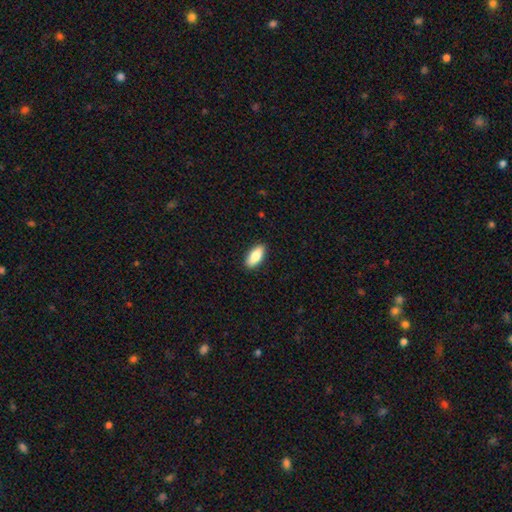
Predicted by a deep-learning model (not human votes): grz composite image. It shows a smooth galaxy with no disk features (82%) that is in between round and cigar-shaped (82%). Merging: none (89%).